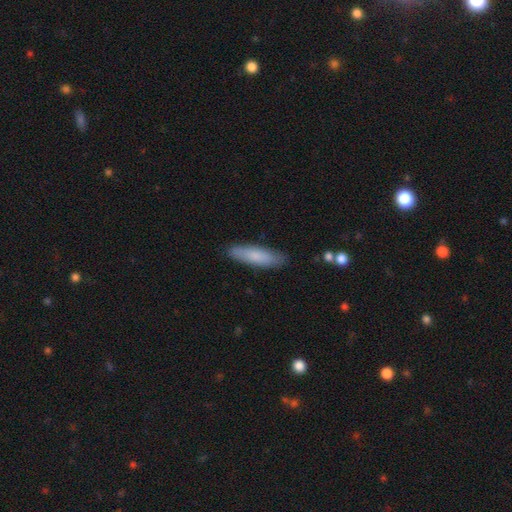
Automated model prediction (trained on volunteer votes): Smooth or featured? smooth (79%)
How rounded? cigar-shaped (70%)
Merging? none (87%)